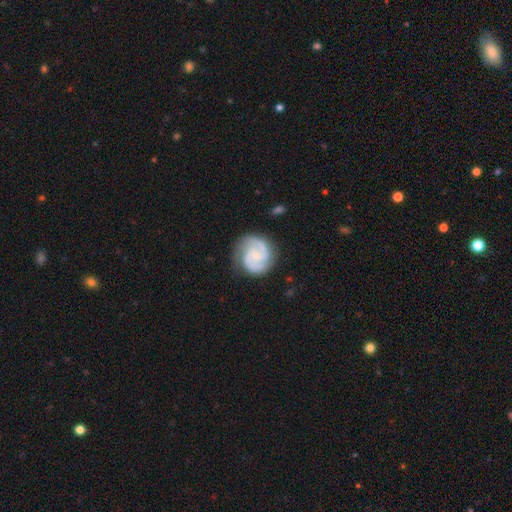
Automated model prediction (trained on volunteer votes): This appears to be a featured or disk galaxy (87%) with no bar (55%), 2 (79%) medium (50%) spiral arms (97%) and a small central bulge (70%). Merging: none (78%).